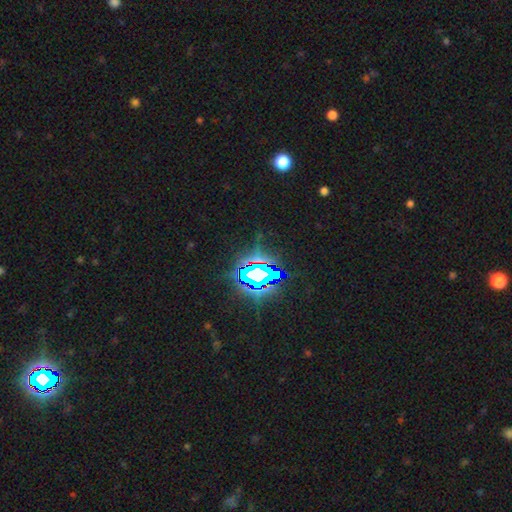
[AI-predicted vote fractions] Smooth or featured: star or artifact — 77% (smooth — 12%)